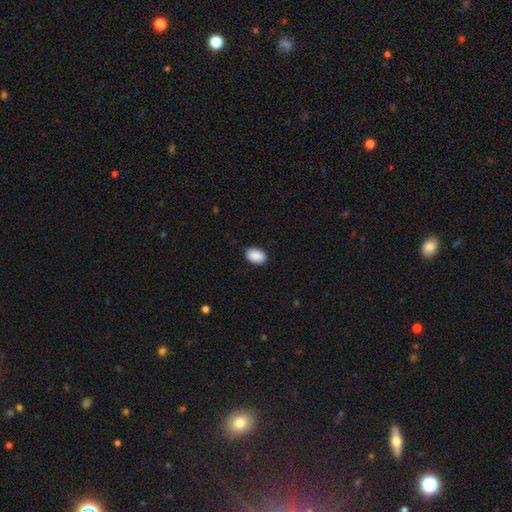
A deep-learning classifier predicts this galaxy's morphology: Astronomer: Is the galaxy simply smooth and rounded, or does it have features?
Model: smooth — 91%.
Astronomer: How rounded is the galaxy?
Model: in between — 85%.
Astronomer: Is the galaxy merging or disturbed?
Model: none — 89%.